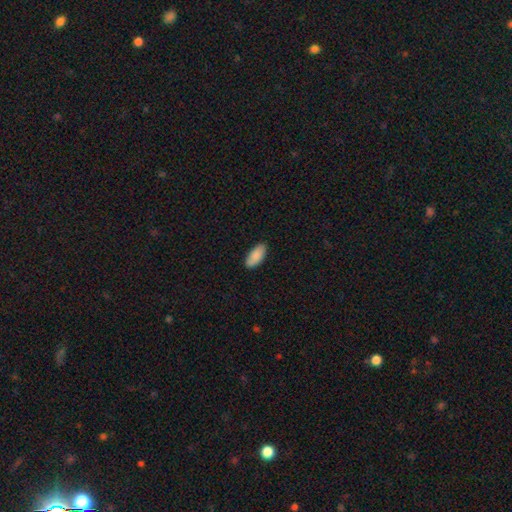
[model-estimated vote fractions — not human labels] Overall: smooth (87%). How rounded: in between (90%). Merging: none (87%).